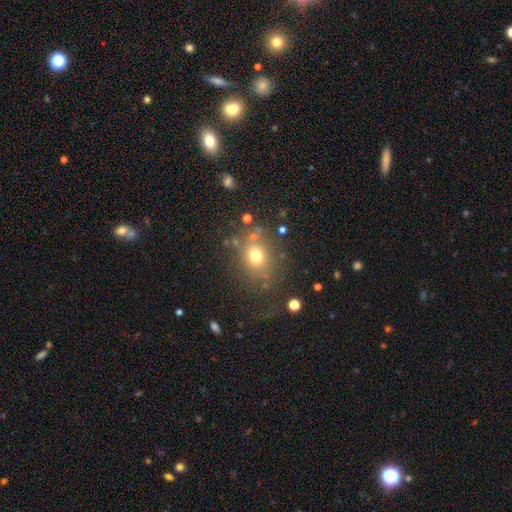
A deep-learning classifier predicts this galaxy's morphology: smooth-or-featured: smooth: 70% | star or artifact: 17% | featured or disk: 12%
  how-rounded: round: 62% | in between: 36% | cigar-shaped: 1%
  merging: none: 72% | minor disturbance: 14% | major disturbance: 8% | merger: 6%